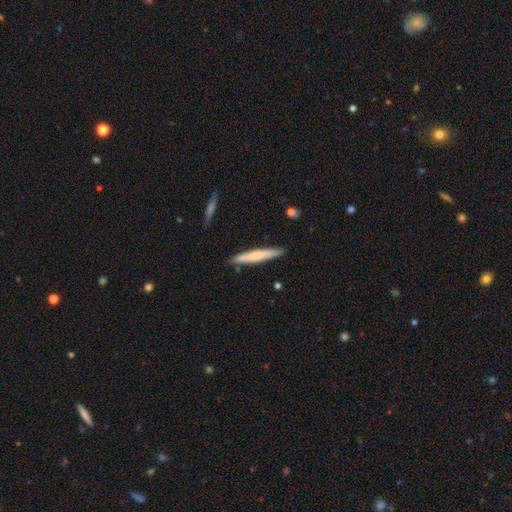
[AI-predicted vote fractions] Smooth or featured? Predicted: smooth (p=0.64). How rounded? Predicted: cigar-shaped (p=0.95). Merging? Predicted: none (p=0.87).